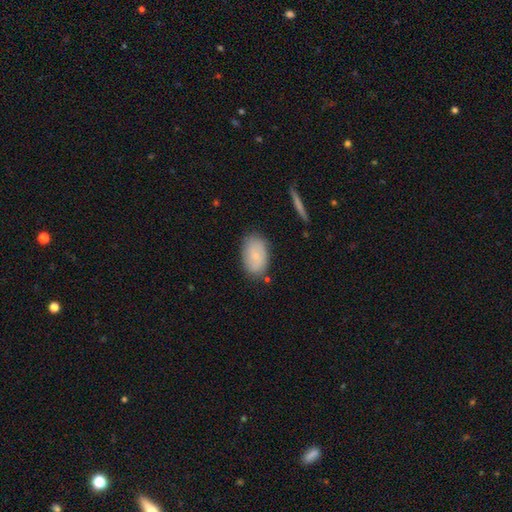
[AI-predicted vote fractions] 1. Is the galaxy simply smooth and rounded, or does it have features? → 71% smooth, 21% featured or disk, 7% star or artifact.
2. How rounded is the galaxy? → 91% in between, 7% round, 2% cigar-shaped.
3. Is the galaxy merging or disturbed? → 78% none, 16% minor disturbance, 3% major disturbance, 3% merger.